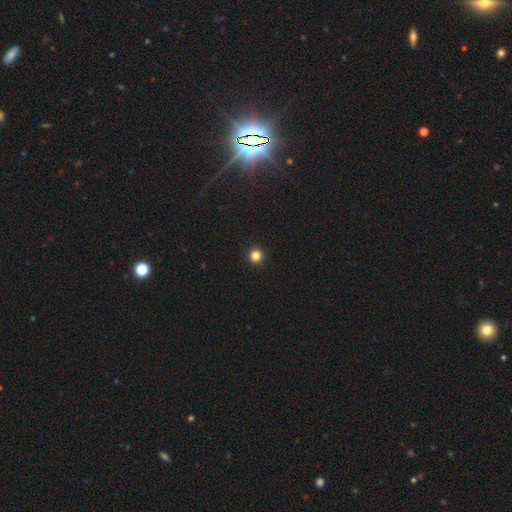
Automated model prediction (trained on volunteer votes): Smooth or featured? smooth (83%)
How rounded? round (96%)
Merging? none (94%)